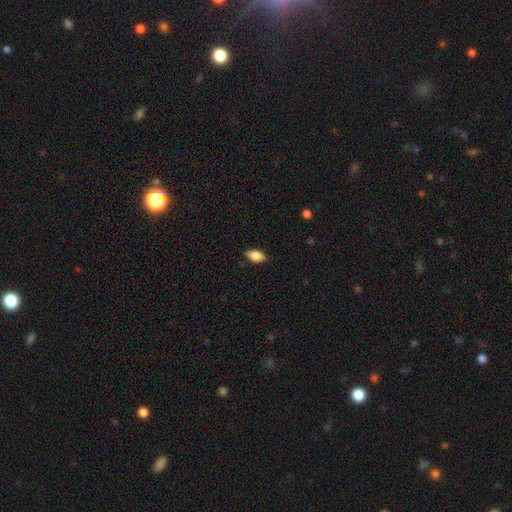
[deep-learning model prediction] This is clearly a smooth galaxy (83%). How rounded: clearly in between (88%). Merging: clearly none (84%).